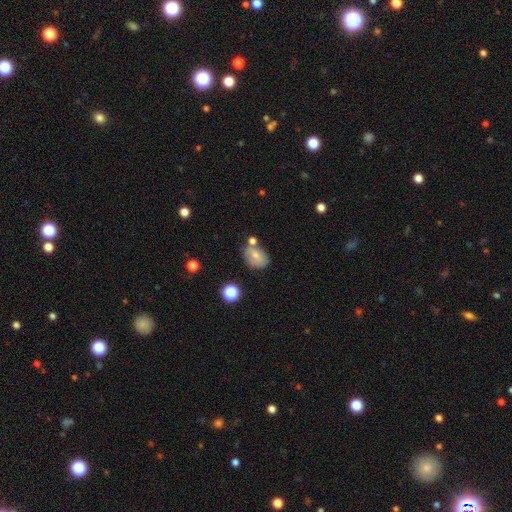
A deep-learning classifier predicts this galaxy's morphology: This is likely a smooth galaxy (66%). How rounded: likely in between (66%). Merging: possibly none (54%).